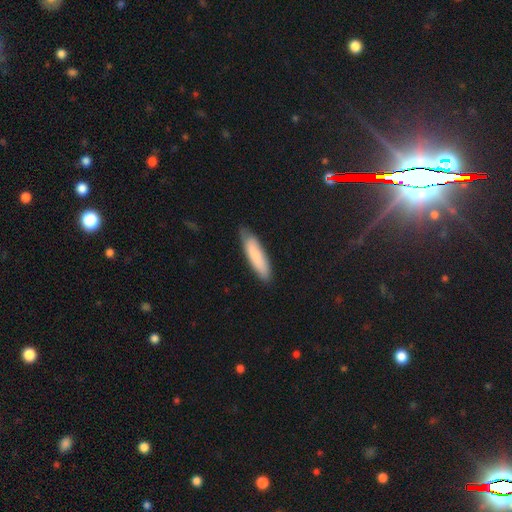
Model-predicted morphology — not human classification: This appears to be a smooth galaxy with no disk features (79%) that is cigar-shaped (72%). Merging: none (78%).